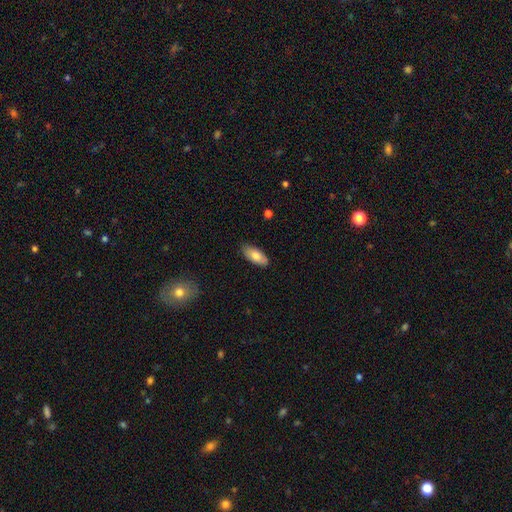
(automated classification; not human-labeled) smooth_or_featured: smooth (p=0.76) [alt: featured or disk p=0.18]
how_rounded: in between (p=0.87) [alt: cigar-shaped p=0.11]
merging: none (p=0.84) [alt: minor disturbance p=0.13]